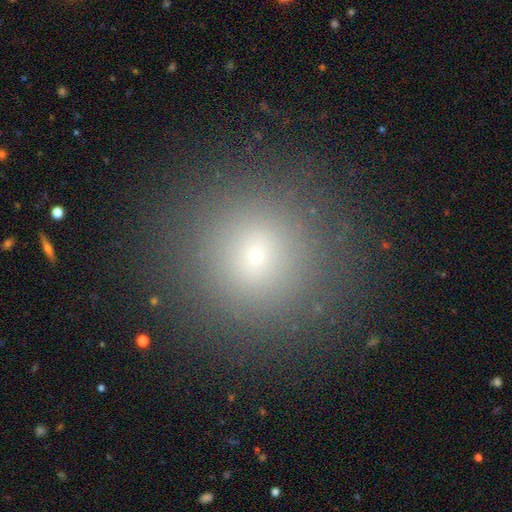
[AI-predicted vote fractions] Q: Smooth or featured?
A: smooth (68%); runner-up: star or artifact (22%)
Q: How rounded?
A: round (93%); runner-up: in between (6%)
Q: Merging?
A: none (88%); runner-up: minor disturbance (7%)